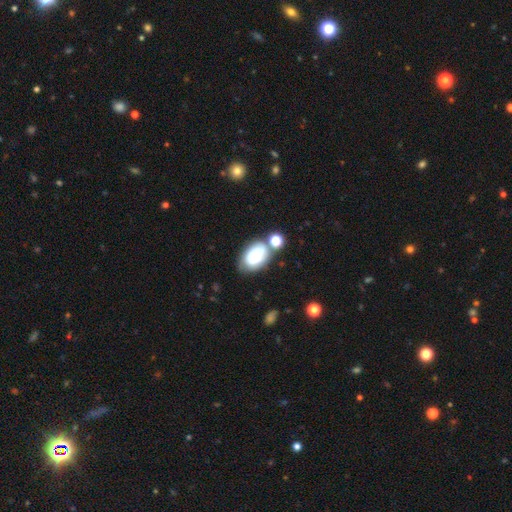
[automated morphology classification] The model was most divided on "smooth or featured": smooth: 49%, featured or disk: 41%, star or artifact: 10%. Remaining: merging — none (48%).